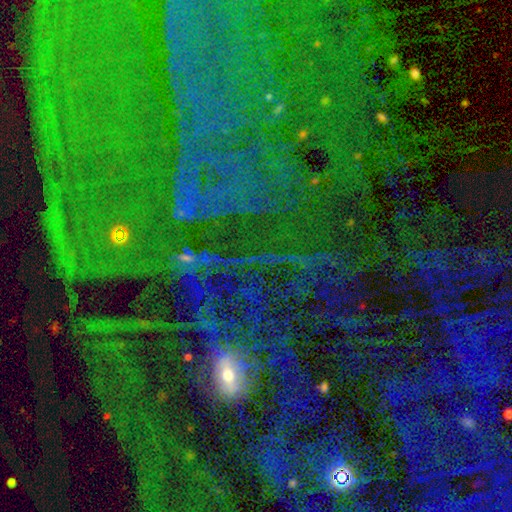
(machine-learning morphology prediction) Overall: star or artifact (78%).